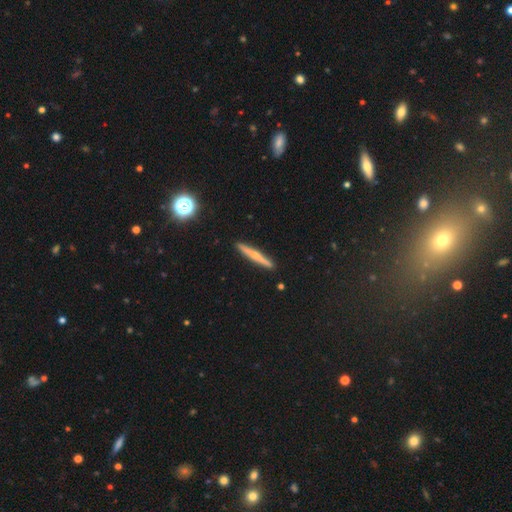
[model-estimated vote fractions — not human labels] The model was most divided on "smooth or featured": featured or disk: 54%, smooth: 39%, star or artifact: 7%. More confident: edge-on disk — yes (97%); merging — none (91%); edge-on bulge — rounded (73%).